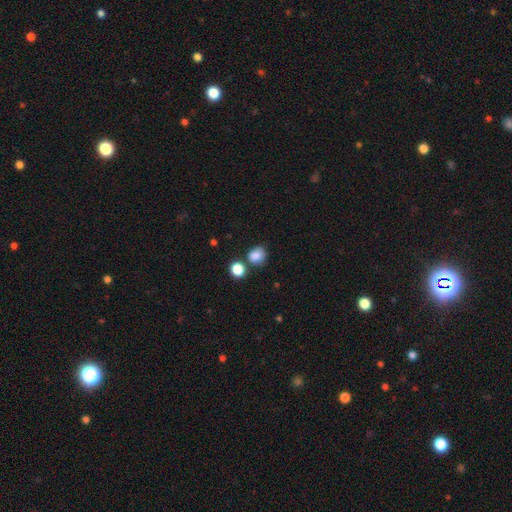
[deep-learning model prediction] Smooth or featured: smooth — 84% (star or artifact — 11%)
How rounded: round — 71% (in between — 28%)
Merging: none — 65% (merger — 16%)